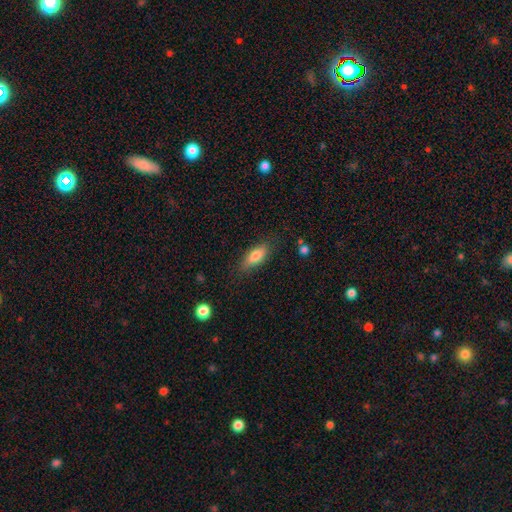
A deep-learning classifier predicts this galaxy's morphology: smooth_or_featured: smooth (p=0.78) [alt: featured or disk p=0.15]
how_rounded: in between (p=0.71) [alt: cigar-shaped p=0.26]
merging: none (p=0.80) [alt: minor disturbance p=0.15]